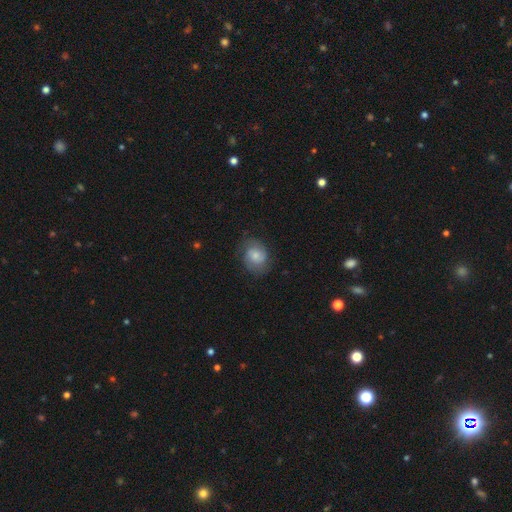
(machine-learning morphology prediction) A smooth galaxy with no disk features (52%) that is round (59%).

Vote fractions:
- Smooth or featured? smooth: 52% / featured or disk: 40% / star or artifact: 8%
- How rounded? round: 59% / in between: 40% / cigar-shaped: 1%
- Merging? none: 70% / minor disturbance: 21% / major disturbance: 9% / merger: 1%